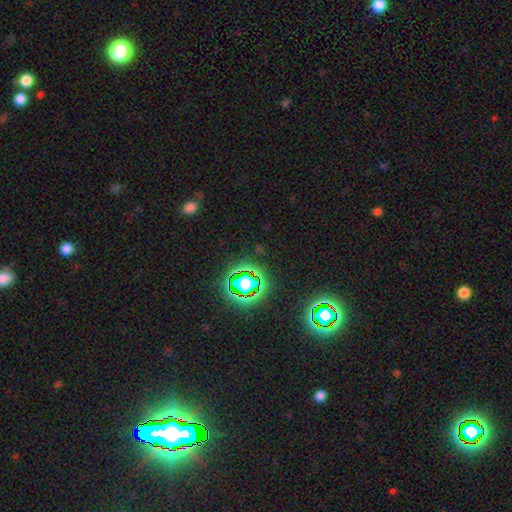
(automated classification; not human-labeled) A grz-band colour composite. It shows a star or artifact, not a galaxy (79%).